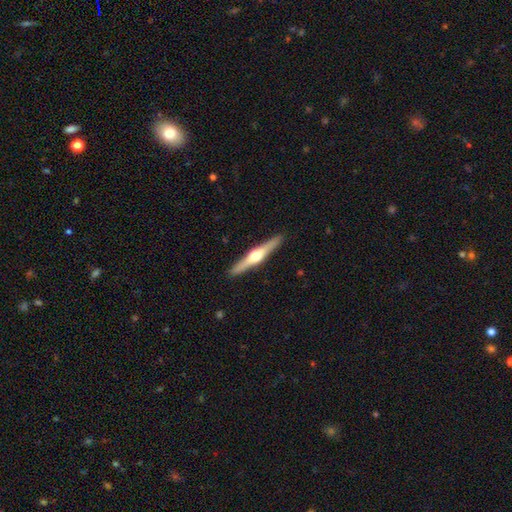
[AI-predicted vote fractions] Smooth or featured?
  - featured or disk: 73% *
  - smooth: 23%
  - star or artifact: 5%
Edge-on disk?
  - yes: 98% *
  - no: 2%
Edge-on bulge?
  - rounded: 94% *
  - boxy: 3%
  - none: 2%
Merging?
  - none: 92% *
  - minor disturbance: 6%
  - major disturbance: 1%
  - merger: 1%